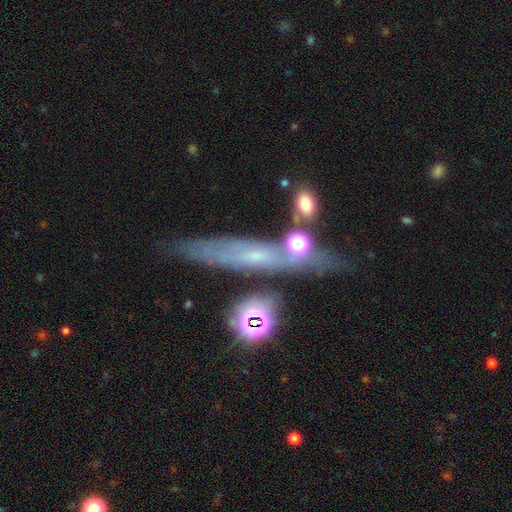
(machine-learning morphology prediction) The model was most divided on "smooth or featured": featured or disk: 51%, smooth: 28%, star or artifact: 21%. More confident: edge-on disk — yes (69%); merging — none (67%).